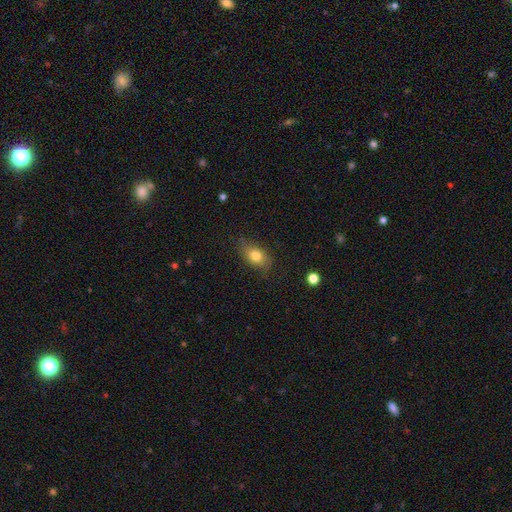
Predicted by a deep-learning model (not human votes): Q: Smooth or featured?
A: smooth (76%); runner-up: featured or disk (16%)
Q: How rounded?
A: in between (82%); runner-up: round (14%)
Q: Merging?
A: none (72%); runner-up: minor disturbance (21%)